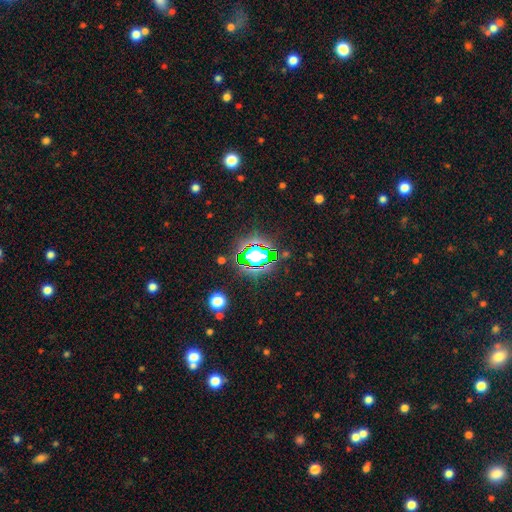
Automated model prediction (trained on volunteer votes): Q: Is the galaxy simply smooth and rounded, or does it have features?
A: star or artifact — 65%.